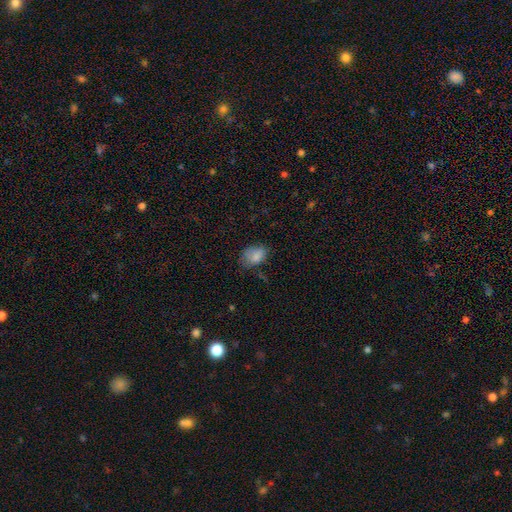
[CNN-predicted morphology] This is clearly a smooth galaxy (81%). How rounded: likely in between (79%). Merging: possibly none (56%).